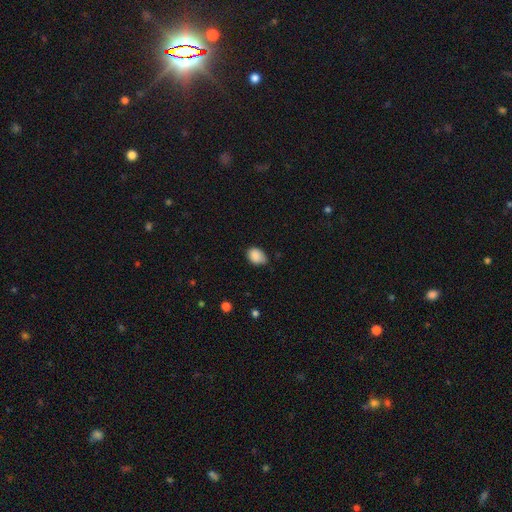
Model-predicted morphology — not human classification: Smooth or featured?
  - smooth: 87% *
  - star or artifact: 8%
  - featured or disk: 4%
How rounded?
  - in between: 74% *
  - round: 25%
  - cigar-shaped: 1%
Merging?
  - none: 63% *
  - minor disturbance: 31%
  - major disturbance: 5%
  - merger: 2%